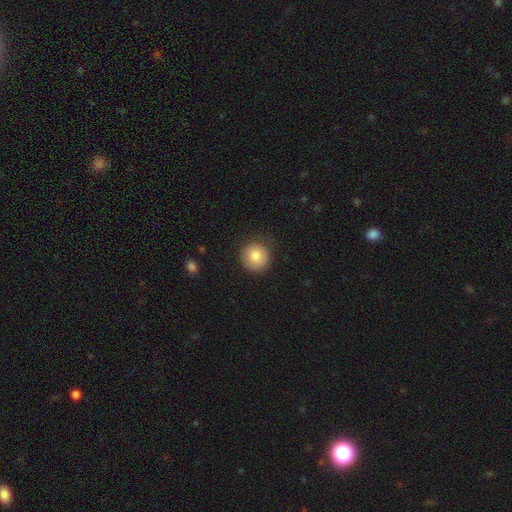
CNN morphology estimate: type=smooth (84%); roundness=round (93%); merging=none (82%).